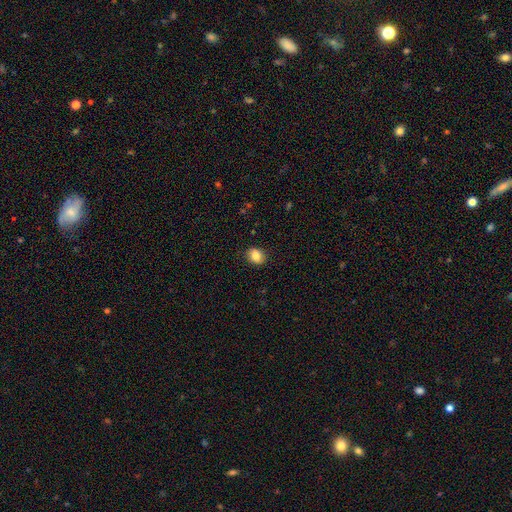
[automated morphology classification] smooth-or-featured: smooth: 85% | star or artifact: 9% | featured or disk: 6%
  how-rounded: round: 56% | in between: 43% | cigar-shaped: 1%
  merging: none: 88% | minor disturbance: 9% | major disturbance: 2% | merger: 1%